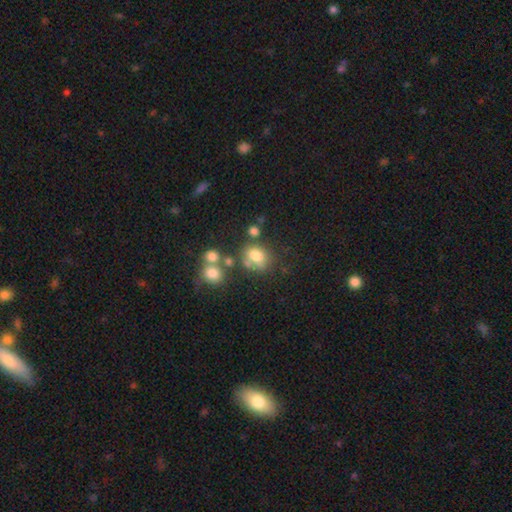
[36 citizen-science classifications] A smooth galaxy with no disk features (83%) that is in between round and cigar-shaped (53%). Merging: none (38%).